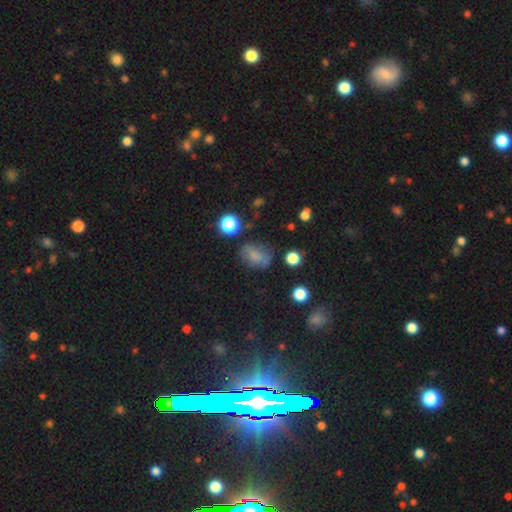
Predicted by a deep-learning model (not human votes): A smooth galaxy with no disk features (65%) that is in between round and cigar-shaped (71%).

Vote fractions:
- Smooth or featured? smooth: 65% / featured or disk: 18% / star or artifact: 17%
- How rounded? in between: 71% / round: 27% / cigar-shaped: 2%
- Merging? none: 56% / minor disturbance: 26% / major disturbance: 13% / merger: 5%